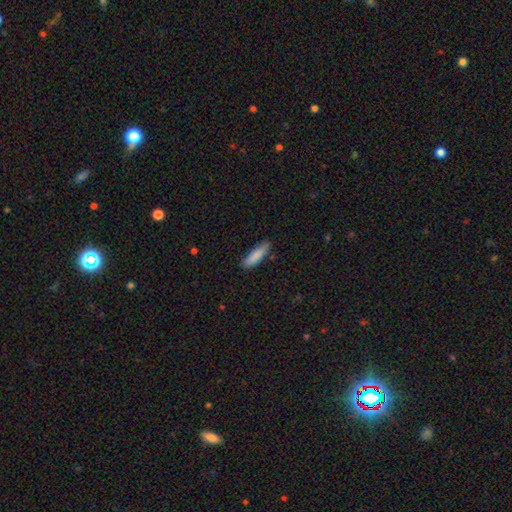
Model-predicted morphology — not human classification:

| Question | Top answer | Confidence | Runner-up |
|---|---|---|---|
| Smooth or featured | smooth | 85% | featured or disk (9%) |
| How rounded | cigar-shaped | 64% | in between (34%) |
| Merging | none | 81% | minor disturbance (15%) |